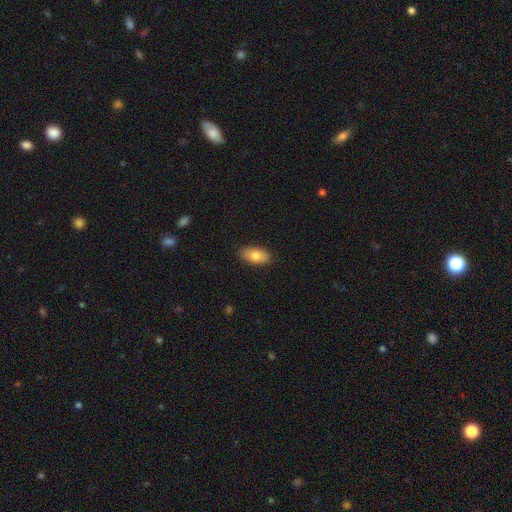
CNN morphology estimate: smooth-or-featured: smooth: 80% | featured or disk: 13% | star or artifact: 7%
  how-rounded: in between: 91% | cigar-shaped: 5% | round: 4%
  merging: none: 88% | minor disturbance: 10% | major disturbance: 2% | merger: 1%